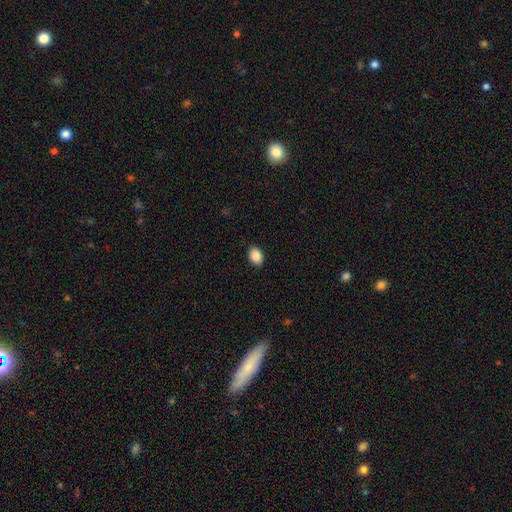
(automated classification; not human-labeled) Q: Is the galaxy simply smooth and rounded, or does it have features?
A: smooth — 88%.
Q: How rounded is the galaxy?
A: in between — 80%.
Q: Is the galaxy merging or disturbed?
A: none — 89%.